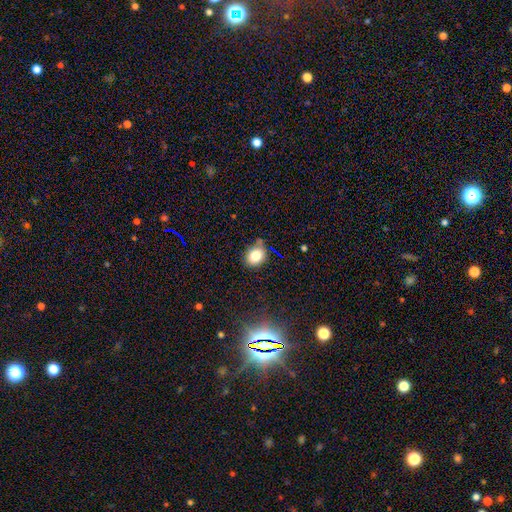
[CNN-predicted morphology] This appears to be a smooth galaxy with no disk features (79%) that is in between round and cigar-shaped (54%). Merging: none (69%).